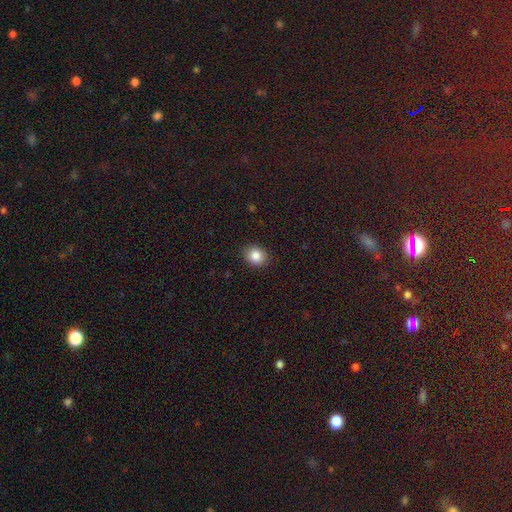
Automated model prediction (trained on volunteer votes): Smooth or featured: smooth — 85% (star or artifact — 10%)
How rounded: round — 64% (in between — 35%)
Merging: none — 90% (minor disturbance — 7%)